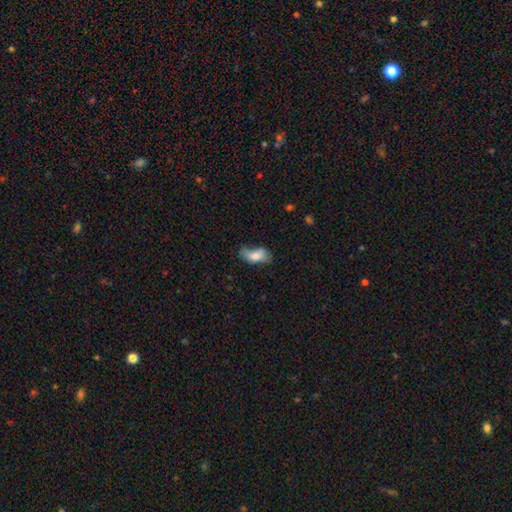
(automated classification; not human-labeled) Overall: smooth (72%). How rounded: in between (88%). Merging: none (37%; minor disturbance 35%).